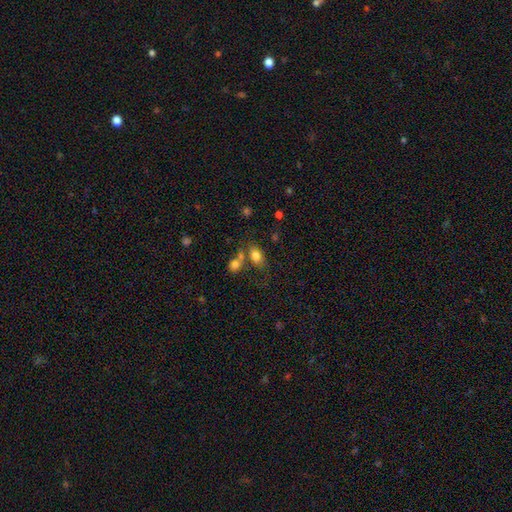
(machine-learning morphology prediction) smooth_or_featured: smooth (p=0.79) [alt: featured or disk p=0.11]
how_rounded: in between (p=0.83) [alt: round p=0.15]
merging: none (p=0.52) [alt: merger p=0.26]